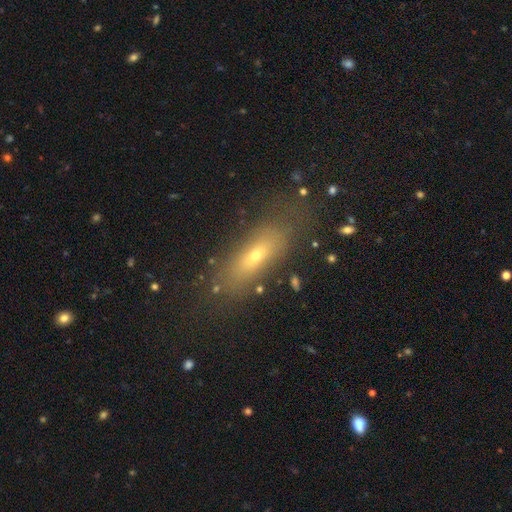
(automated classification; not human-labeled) Q: Smooth or featured?
A: smooth (59%); runner-up: featured or disk (27%)
Q: How rounded?
A: in between (58%); runner-up: cigar-shaped (37%)
Q: Merging?
A: none (71%); runner-up: minor disturbance (16%)